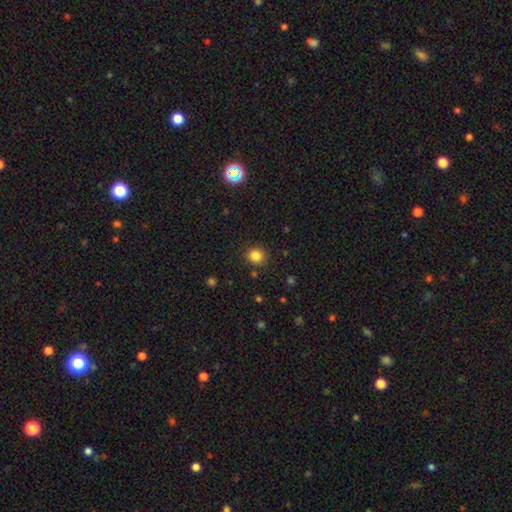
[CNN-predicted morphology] Smooth or featured: smooth — 83% (star or artifact — 12%)
How rounded: round — 87% (in between — 13%)
Merging: none — 89% (minor disturbance — 7%)